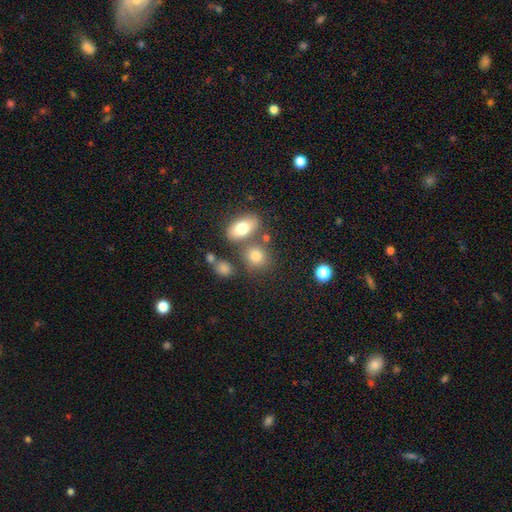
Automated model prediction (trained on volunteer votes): Q: Smooth or featured?
A: smooth (78%); runner-up: star or artifact (12%)
Q: How rounded?
A: round (58%); runner-up: in between (40%)
Q: Merging?
A: none (60%); runner-up: merger (23%)